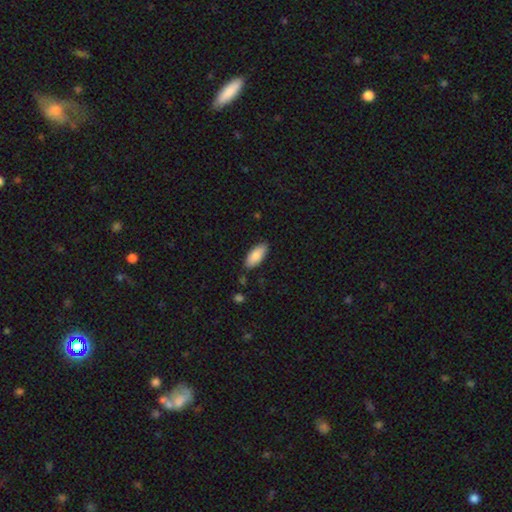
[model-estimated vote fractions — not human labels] A smooth galaxy with no disk features (86%) that is in between round and cigar-shaped (87%).

Vote fractions:
- Smooth or featured? smooth: 86% / featured or disk: 8% / star or artifact: 6%
- How rounded? in between: 87% / cigar-shaped: 12% / round: 2%
- Merging? none: 84% / minor disturbance: 12% / major disturbance: 2% / merger: 2%